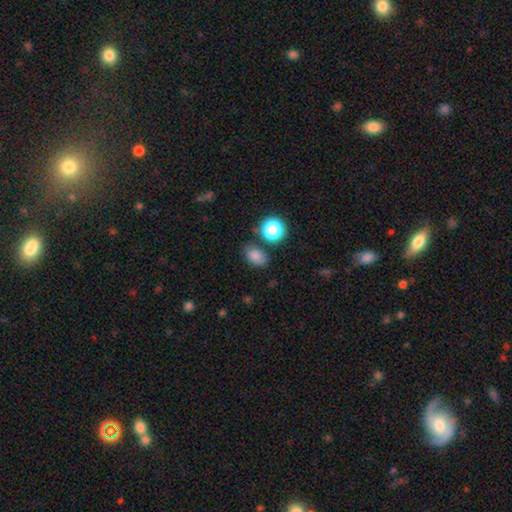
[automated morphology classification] smooth_or_featured: smooth (p=0.80) [alt: star or artifact p=0.14]
how_rounded: in between (p=0.75) [alt: round p=0.23]
merging: none (p=0.77) [alt: minor disturbance p=0.13]